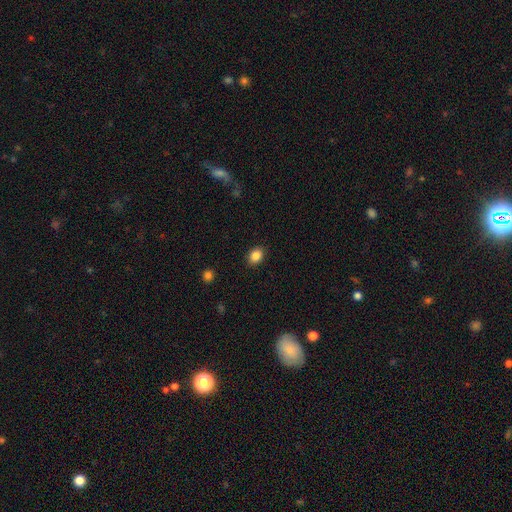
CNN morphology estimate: Q: Smooth or featured?
A: smooth (87%); runner-up: star or artifact (9%)
Q: How rounded?
A: in between (59%); runner-up: round (40%)
Q: Merging?
A: none (89%); runner-up: minor disturbance (8%)